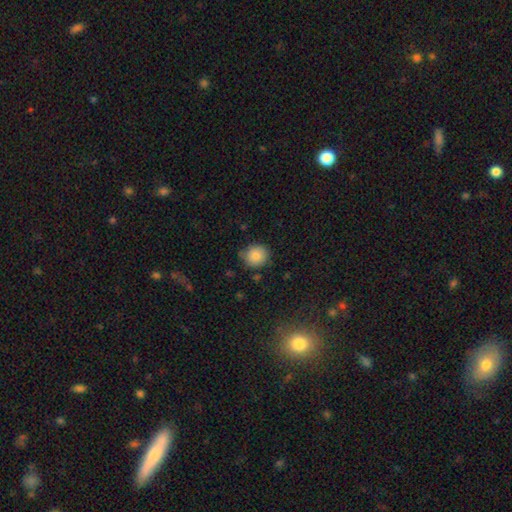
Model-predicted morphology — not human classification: smooth_or_featured: smooth (p=0.86) [alt: star or artifact p=0.09]
how_rounded: round (p=0.87) [alt: in between p=0.12]
merging: none (p=0.76) [alt: minor disturbance p=0.18]